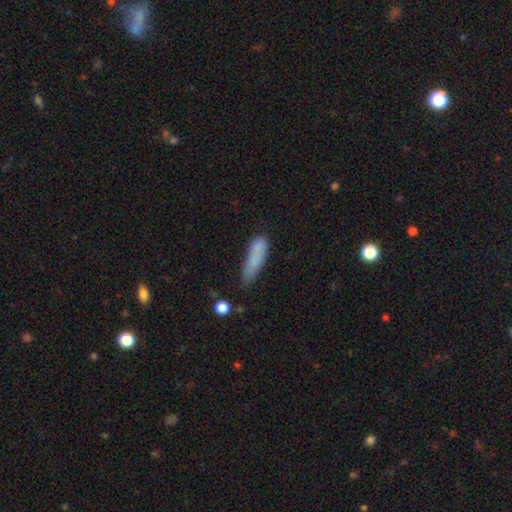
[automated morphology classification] This appears to be a smooth galaxy with no disk features (79%) that is cigar-shaped (68%). Merging: none (48%).